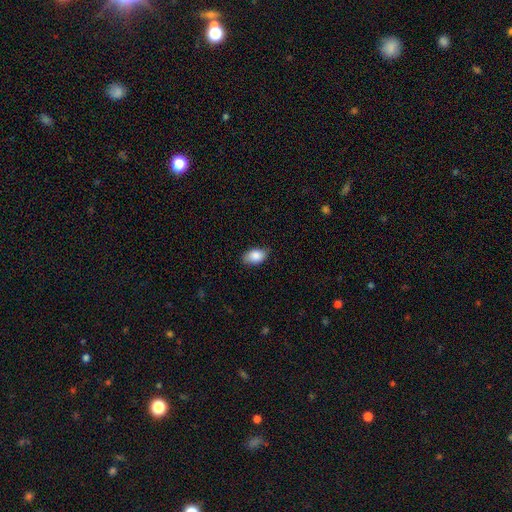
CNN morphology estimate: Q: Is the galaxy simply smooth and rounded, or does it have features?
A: smooth — 88%.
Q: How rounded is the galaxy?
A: in between — 90%.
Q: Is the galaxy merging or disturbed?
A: none — 80%.